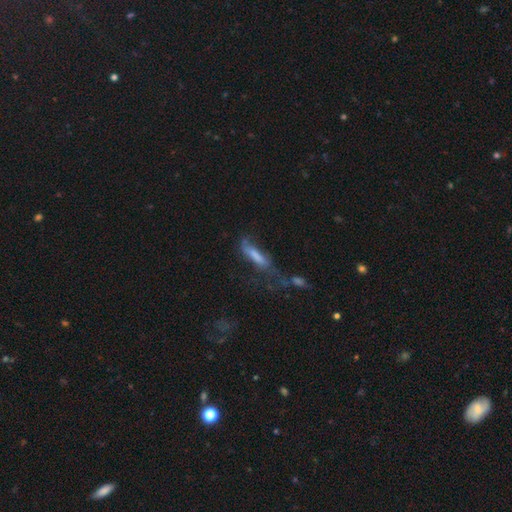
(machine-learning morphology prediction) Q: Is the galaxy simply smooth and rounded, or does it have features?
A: smooth — 62%.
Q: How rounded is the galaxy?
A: cigar-shaped — 73%.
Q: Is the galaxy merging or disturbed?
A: major disturbance — 33%.